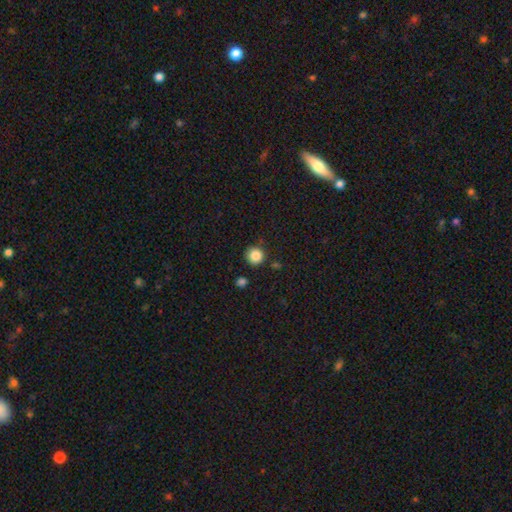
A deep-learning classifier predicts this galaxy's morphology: smooth_or_featured: smooth (p=0.85) [alt: star or artifact p=0.11]
how_rounded: round (p=0.94) [alt: in between p=0.05]
merging: none (p=0.89) [alt: minor disturbance p=0.07]